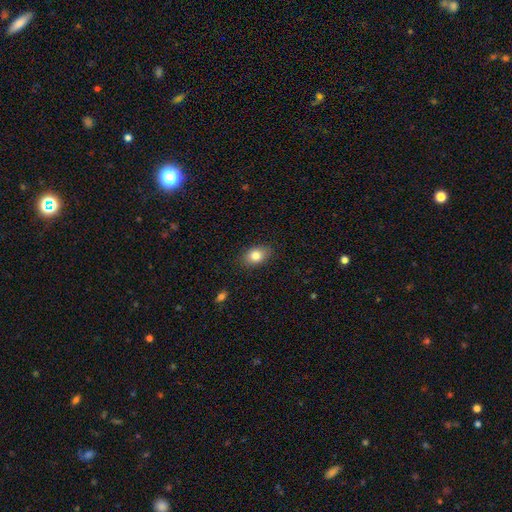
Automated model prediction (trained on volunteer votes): Q: Smooth or featured?
A: smooth (82%); runner-up: featured or disk (10%)
Q: How rounded?
A: in between (78%); runner-up: round (20%)
Q: Merging?
A: none (86%); runner-up: minor disturbance (11%)